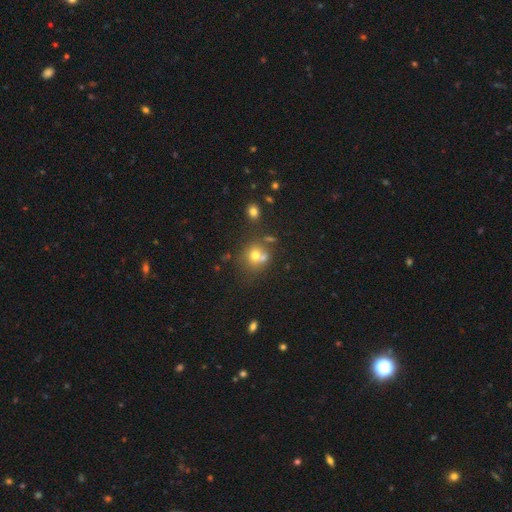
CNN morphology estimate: The model was most divided on "merging": none: 52%, merger: 31%, minor disturbance: 12%, major disturbance: 5%. More confident: how rounded — round (82%); smooth or featured — smooth (68%).